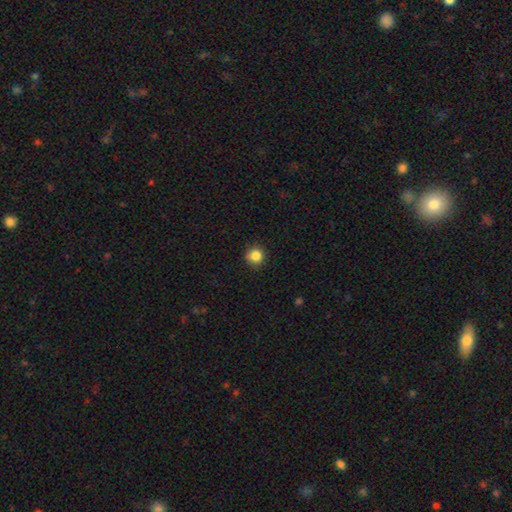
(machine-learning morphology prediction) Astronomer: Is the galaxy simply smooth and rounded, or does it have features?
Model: smooth — 84%.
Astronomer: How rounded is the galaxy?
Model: round — 91%.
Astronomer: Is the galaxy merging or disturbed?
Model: none — 85%.